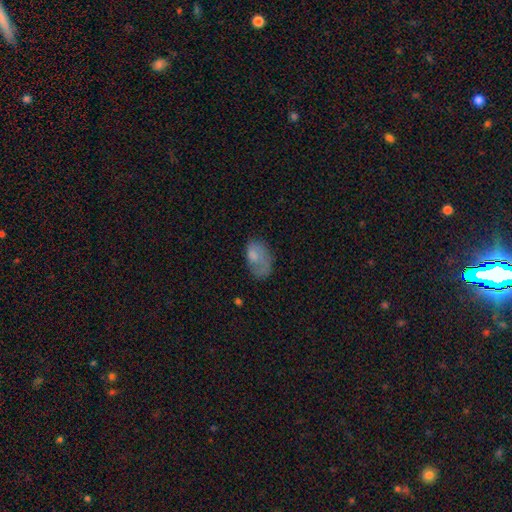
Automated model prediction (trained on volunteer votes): Smooth or featured? smooth (68%)
How rounded? in between (90%)
Merging? none (36%)